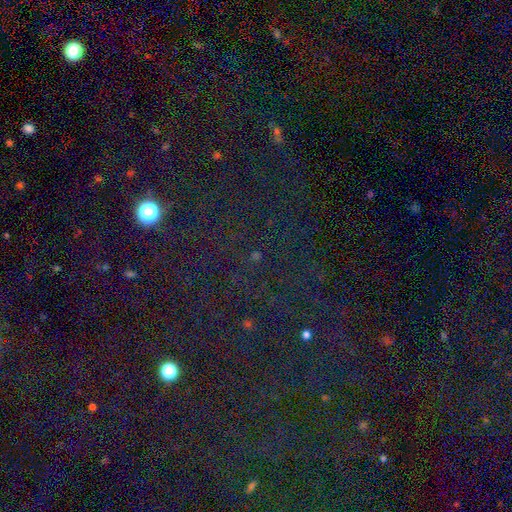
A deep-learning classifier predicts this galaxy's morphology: This appears to be a star or artifact, not a galaxy (77%).